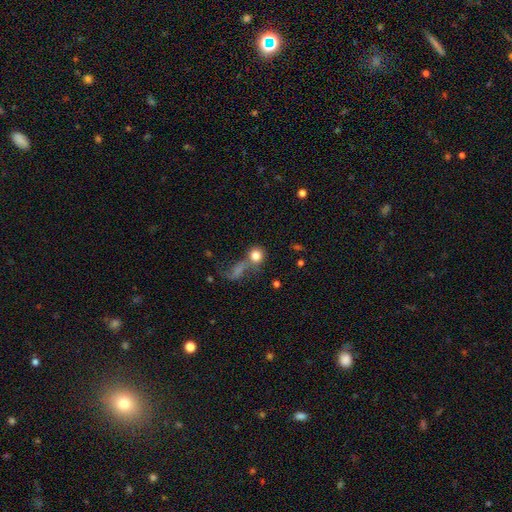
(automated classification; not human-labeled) Smooth or featured: smooth — 79% (star or artifact — 11%)
How rounded: round — 82% (in between — 16%)
Merging: none — 45% (merger — 33%)